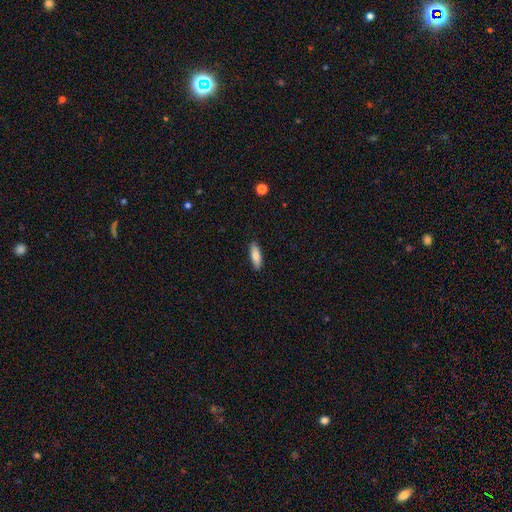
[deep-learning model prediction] smooth-or-featured: smooth: 82% | featured or disk: 12% | star or artifact: 6%
  how-rounded: in between: 55% | cigar-shaped: 43% | round: 2%
  merging: none: 87% | minor disturbance: 10% | major disturbance: 2% | merger: 1%